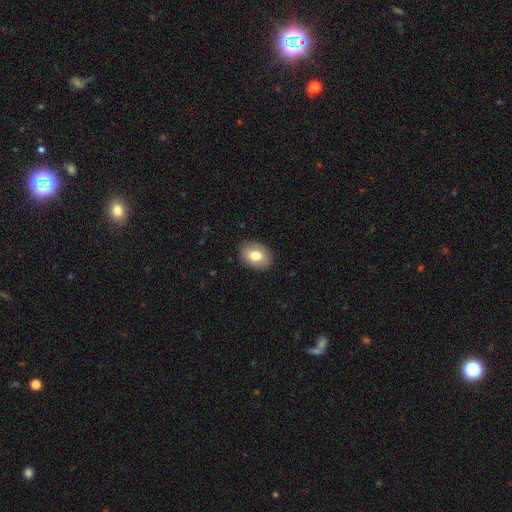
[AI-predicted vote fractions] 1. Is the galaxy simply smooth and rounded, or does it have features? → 76% smooth, 16% featured or disk, 7% star or artifact.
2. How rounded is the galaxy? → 72% in between, 27% round, 1% cigar-shaped.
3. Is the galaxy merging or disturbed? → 87% none, 9% minor disturbance, 2% major disturbance, 1% merger.